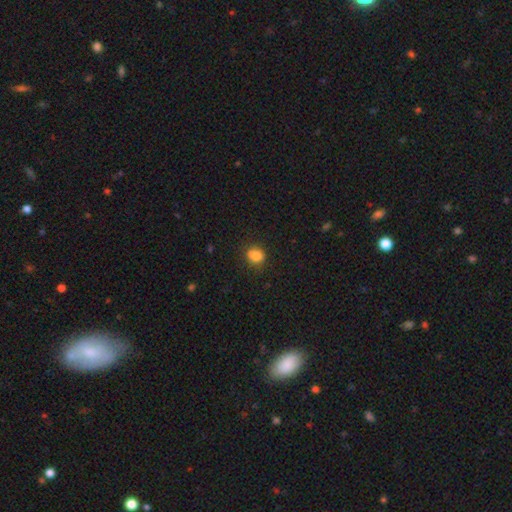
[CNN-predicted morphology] Q: Smooth or featured?
A: smooth (83%); runner-up: star or artifact (11%)
Q: How rounded?
A: round (58%); runner-up: in between (40%)
Q: Merging?
A: none (72%); runner-up: minor disturbance (20%)